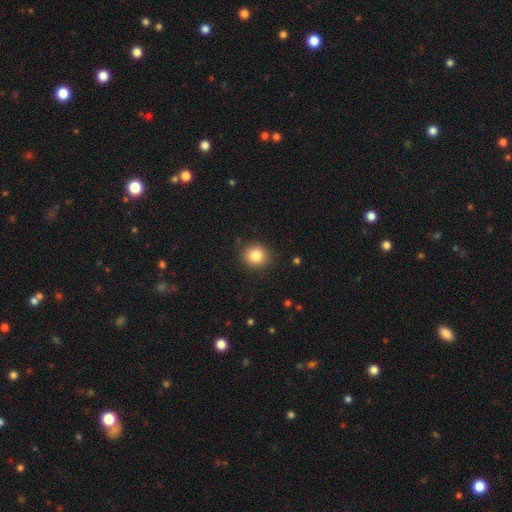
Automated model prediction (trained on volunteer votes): Smooth or featured: smooth — 83% (star or artifact — 10%)
How rounded: round — 85% (in between — 14%)
Merging: none — 87% (minor disturbance — 9%)